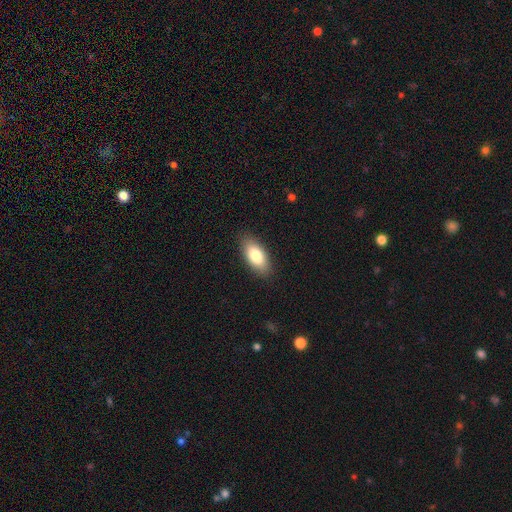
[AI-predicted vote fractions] Smooth or featured? Predicted: smooth (p=0.81). How rounded? Predicted: in between (p=0.87). Merging? Predicted: none (p=0.87).